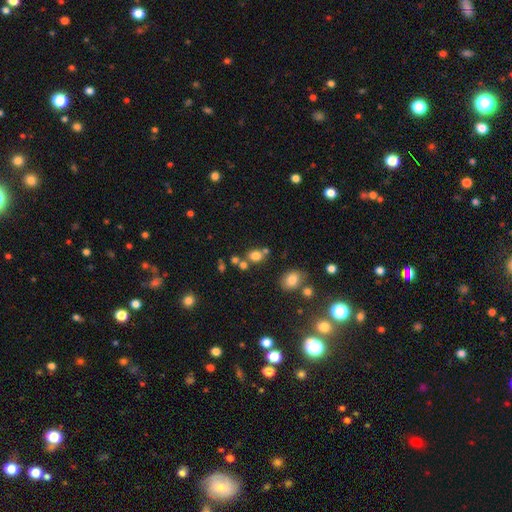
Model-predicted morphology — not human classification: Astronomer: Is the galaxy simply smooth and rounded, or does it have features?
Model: smooth — 76%.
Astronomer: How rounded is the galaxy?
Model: round — 59% (runner-up: in between, 40%).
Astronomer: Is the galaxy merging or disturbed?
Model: none — 58%.